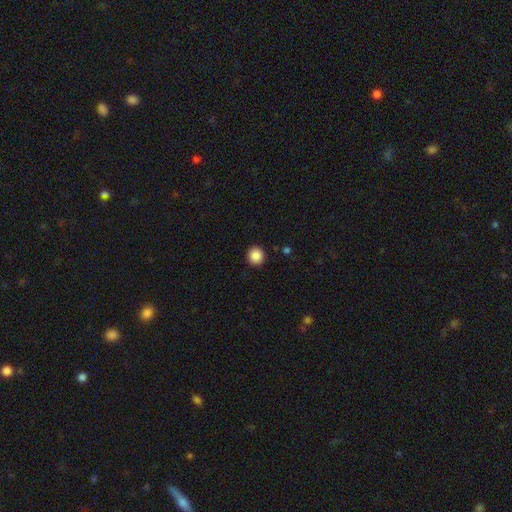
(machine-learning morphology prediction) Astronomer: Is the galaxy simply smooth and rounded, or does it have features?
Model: smooth — 87%.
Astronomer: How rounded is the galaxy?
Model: round — 93%.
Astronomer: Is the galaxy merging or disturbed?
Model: none — 93%.